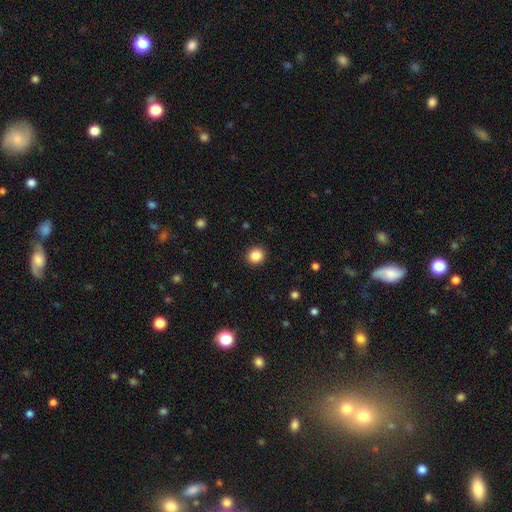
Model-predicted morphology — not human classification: This is clearly a smooth galaxy (86%). How rounded: clearly round (89%). Merging: clearly none (92%).